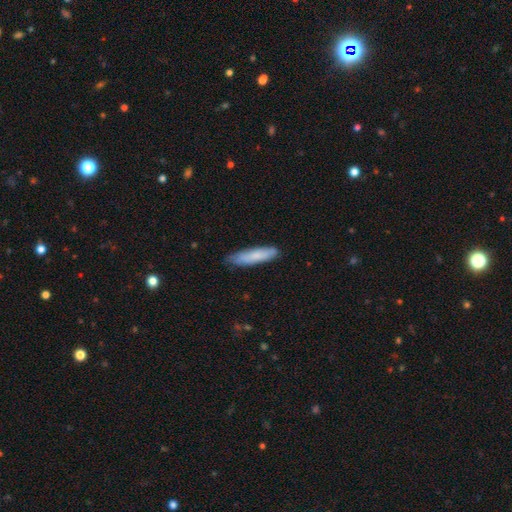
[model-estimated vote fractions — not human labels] The model was most divided on "merging": none: 78%, minor disturbance: 18%, major disturbance: 3%, merger: 1%. More confident: how rounded — cigar-shaped (81%); smooth or featured — smooth (77%).